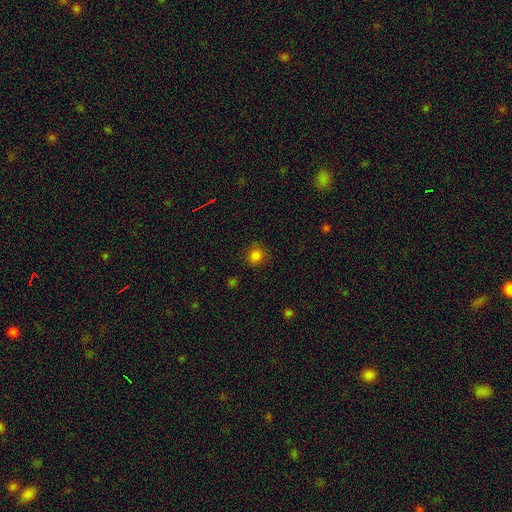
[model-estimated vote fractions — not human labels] smooth_or_featured: smooth (p=0.81) [alt: star or artifact p=0.15]
how_rounded: round (p=0.86) [alt: in between p=0.13]
merging: none (p=0.85) [alt: minor disturbance p=0.10]